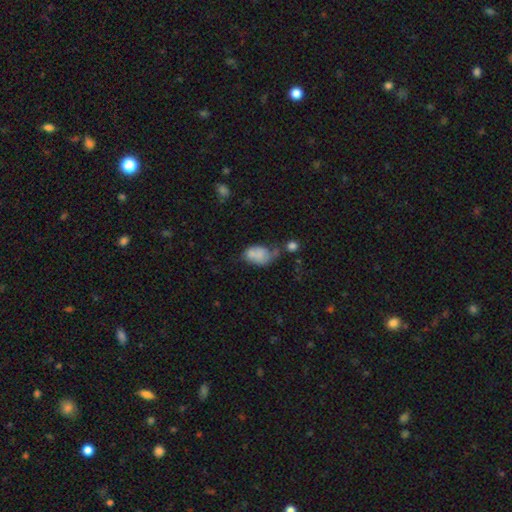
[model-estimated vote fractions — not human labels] A smooth galaxy with no disk features (65%) that is in between round and cigar-shaped (83%).

Vote fractions:
- Smooth or featured? smooth: 65% / featured or disk: 24% / star or artifact: 11%
- How rounded? in between: 83% / round: 15% / cigar-shaped: 2%
- Merging? none: 28% / minor disturbance: 27% / merger: 26% / major disturbance: 18%